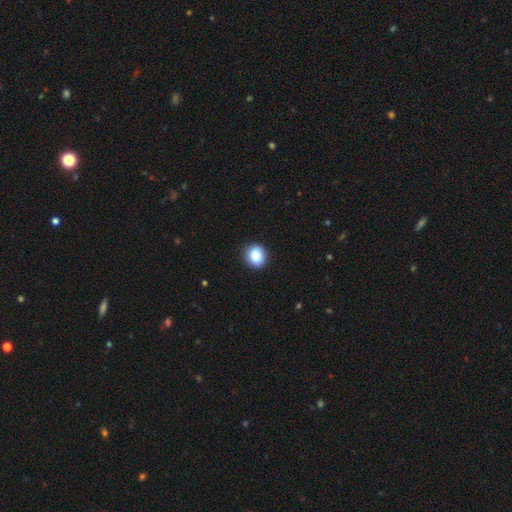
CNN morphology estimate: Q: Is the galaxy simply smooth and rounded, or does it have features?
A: smooth — 84%.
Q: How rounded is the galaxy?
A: round — 76%.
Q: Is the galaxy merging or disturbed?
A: none — 90%.